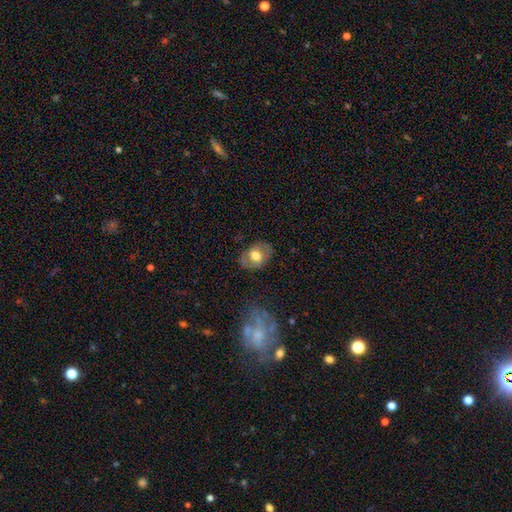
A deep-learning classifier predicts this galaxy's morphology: Overall: smooth (55%; featured or disk 38%). How rounded: in between (72%). Merging: none (78%).